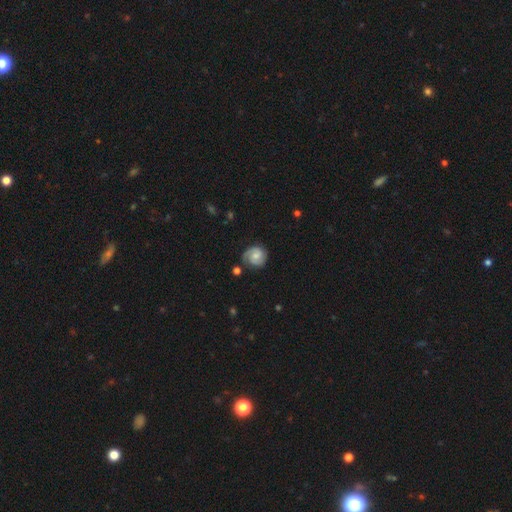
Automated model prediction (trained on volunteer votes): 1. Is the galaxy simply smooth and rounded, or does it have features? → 64% featured or disk, 29% smooth, 7% star or artifact.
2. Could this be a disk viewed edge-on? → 98% no, 2% yes.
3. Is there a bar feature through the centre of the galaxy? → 63% no, 32% weak, 5% strong.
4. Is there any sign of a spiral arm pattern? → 94% yes, 6% no.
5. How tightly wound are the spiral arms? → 52% tight, 36% medium, 12% loose.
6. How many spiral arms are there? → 72% 2, 11% can't tell, 8% 1, 6% 3, 1% 4, 1% more than 4.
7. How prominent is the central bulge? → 46% small, 43% moderate, 7% none, 3% large, 1% dominant.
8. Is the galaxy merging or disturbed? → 72% none, 19% minor disturbance, 6% major disturbance, 3% merger.